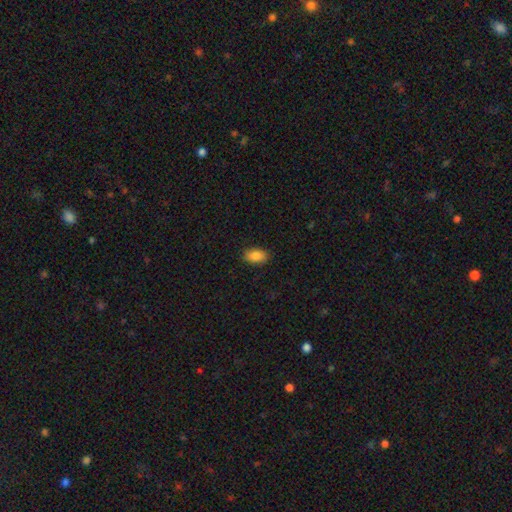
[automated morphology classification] A smooth galaxy with no disk features (88%) that is in between round and cigar-shaped (92%). Merging: none (88%).